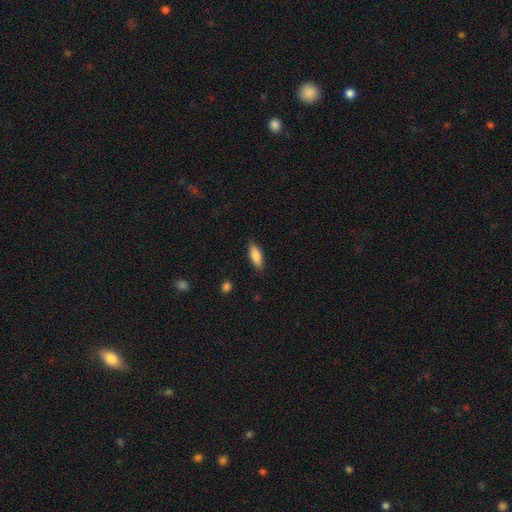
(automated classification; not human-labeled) smooth-or-featured: smooth: 84% | featured or disk: 10% | star or artifact: 6%
  how-rounded: in between: 64% | cigar-shaped: 34% | round: 2%
  merging: none: 86% | minor disturbance: 11% | major disturbance: 2% | merger: 1%